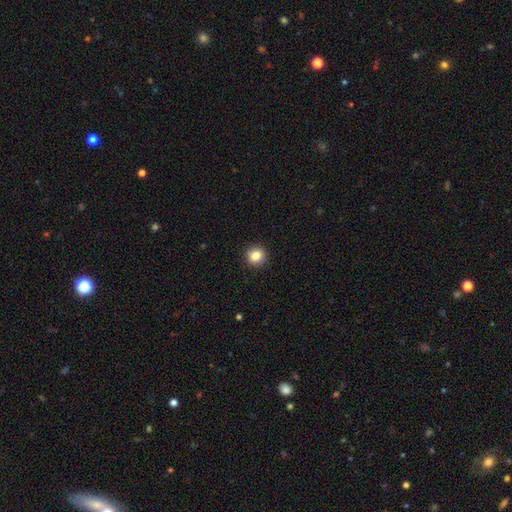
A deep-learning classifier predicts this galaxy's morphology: Overall: smooth (84%). How rounded: round (91%). Merging: none (93%).